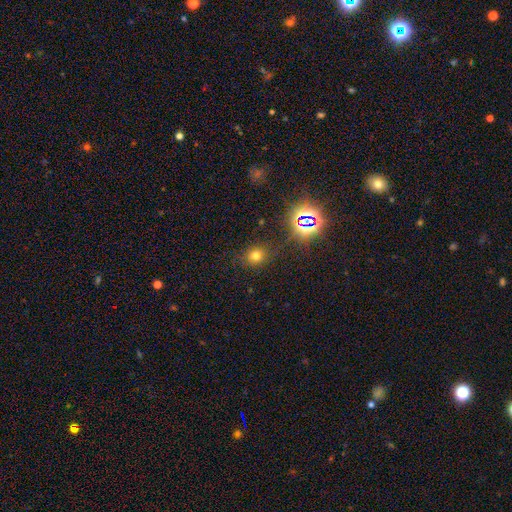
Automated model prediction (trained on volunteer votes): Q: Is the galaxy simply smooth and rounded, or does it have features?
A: smooth — 67%.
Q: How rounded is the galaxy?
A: round — 77%.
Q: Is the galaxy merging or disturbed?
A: none — 83%.